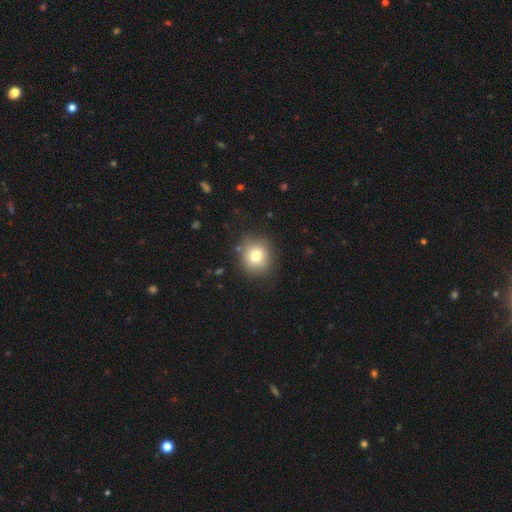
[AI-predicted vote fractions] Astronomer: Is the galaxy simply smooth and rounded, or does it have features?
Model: smooth — 79%.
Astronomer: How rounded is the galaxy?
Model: round — 84%.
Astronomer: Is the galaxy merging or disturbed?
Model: none — 85%.